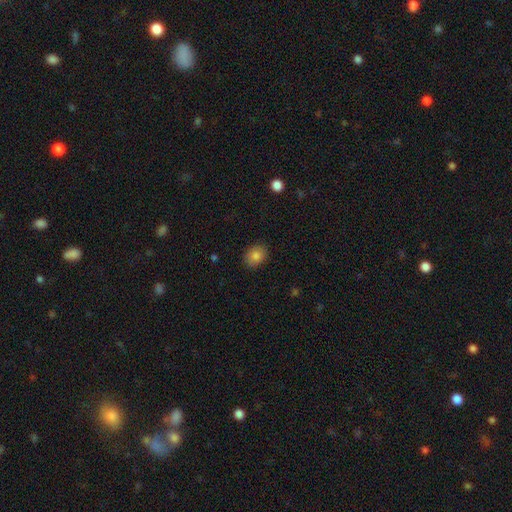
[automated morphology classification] smooth-or-featured: smooth: 84% | star or artifact: 9% | featured or disk: 7%
  how-rounded: in between: 56% | round: 43% | cigar-shaped: 1%
  merging: none: 87% | minor disturbance: 10% | major disturbance: 2% | merger: 1%